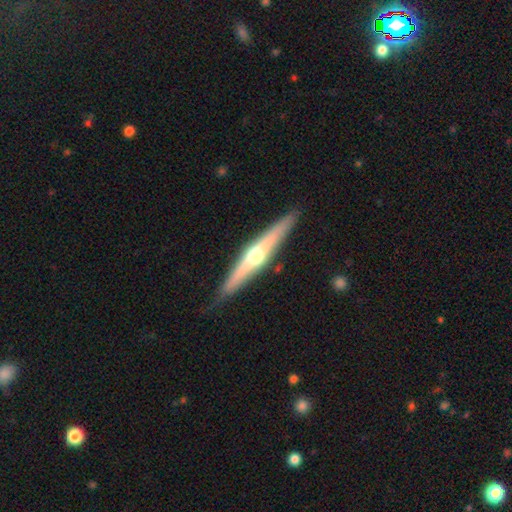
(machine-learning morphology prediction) A featured or disk galaxy (69%) viewed edge-on (96%) with a rounded central bulge (93%).

Vote fractions:
- Smooth or featured? featured or disk: 69% / smooth: 25% / star or artifact: 6%
- Edge-on disk? yes: 96% / no: 4%
- Edge-on bulge? rounded: 93% / none: 4% / boxy: 3%
- Merging? none: 89% / minor disturbance: 8% / major disturbance: 2% / merger: 1%